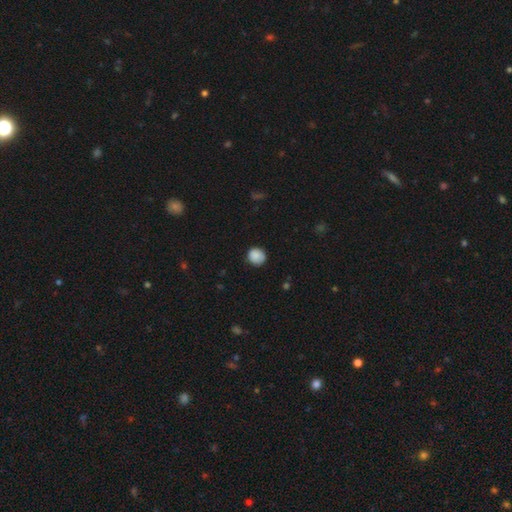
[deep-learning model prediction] Q: Smooth or featured?
A: smooth (87%); runner-up: star or artifact (8%)
Q: How rounded?
A: round (89%); runner-up: in between (10%)
Q: Merging?
A: none (82%); runner-up: minor disturbance (14%)